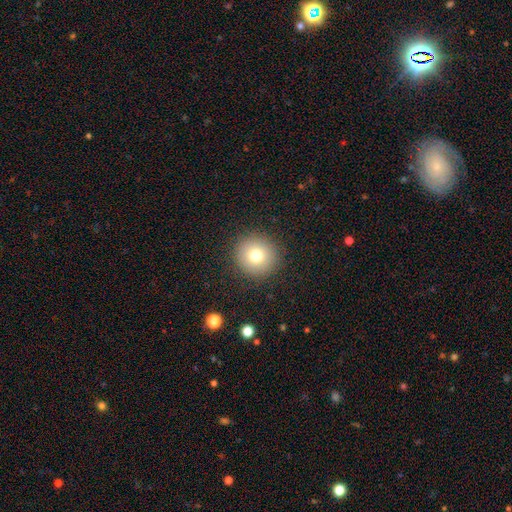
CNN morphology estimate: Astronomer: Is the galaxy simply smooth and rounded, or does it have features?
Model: smooth — 75%.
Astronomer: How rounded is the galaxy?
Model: round — 95%.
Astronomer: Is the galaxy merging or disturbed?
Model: none — 90%.